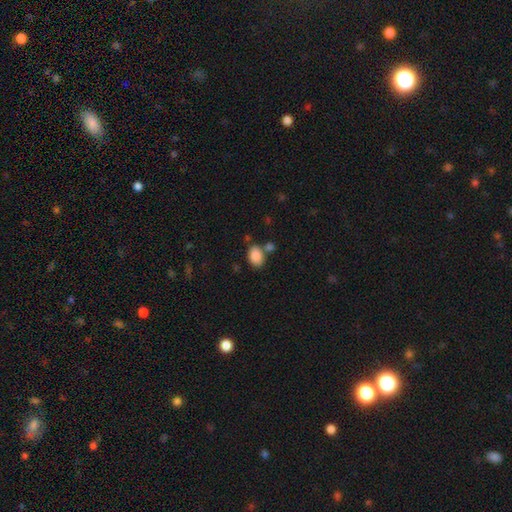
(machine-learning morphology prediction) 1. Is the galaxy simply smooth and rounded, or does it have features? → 87% smooth, 8% star or artifact, 4% featured or disk.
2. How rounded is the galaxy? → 82% in between, 17% round, 1% cigar-shaped.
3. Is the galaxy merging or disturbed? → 65% none, 17% merger, 13% minor disturbance, 4% major disturbance.